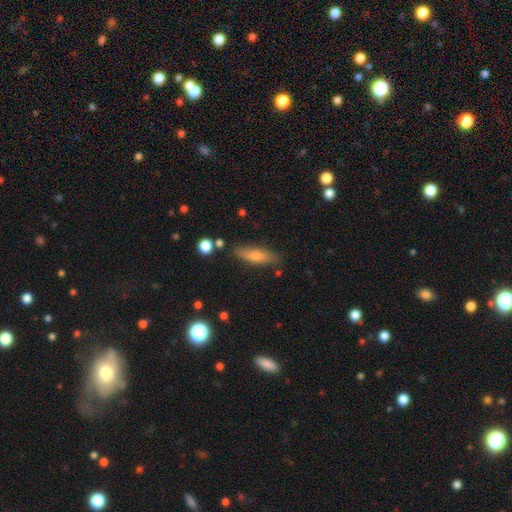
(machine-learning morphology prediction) This appears to be a smooth galaxy with no disk features (58%) that is cigar-shaped (62%). Merging: none (82%).